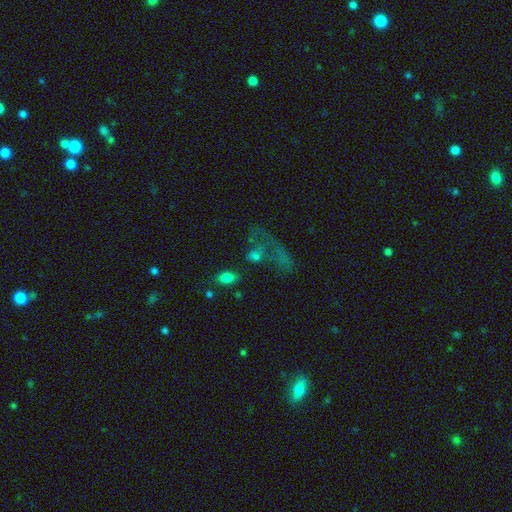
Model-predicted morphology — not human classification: Q: Smooth or featured?
A: smooth (53%); runner-up: featured or disk (26%)
Q: How rounded?
A: in between (62%); runner-up: round (32%)
Q: Merging?
A: major disturbance (33%); runner-up: none (31%)